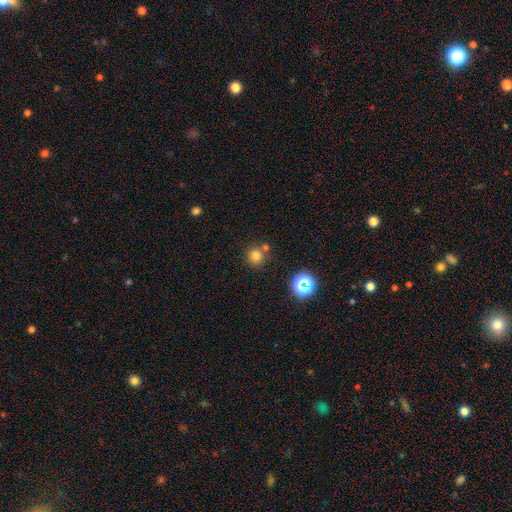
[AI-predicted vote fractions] This appears to be a smooth galaxy with no disk features (75%) that is round (91%). Merging: none (71%).